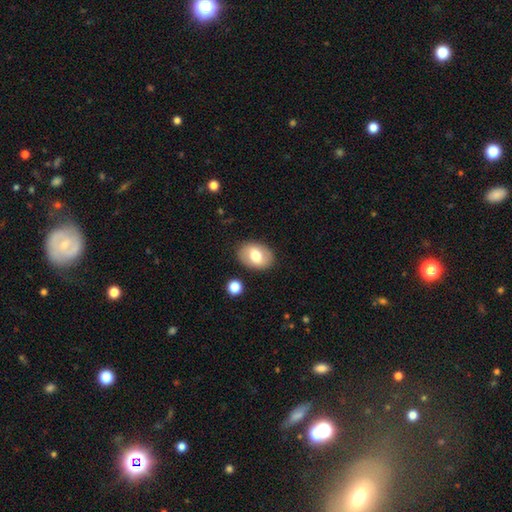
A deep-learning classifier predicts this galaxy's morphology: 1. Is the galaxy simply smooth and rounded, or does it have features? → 68% smooth, 26% featured or disk, 7% star or artifact.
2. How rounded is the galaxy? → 78% in between, 21% round, 1% cigar-shaped.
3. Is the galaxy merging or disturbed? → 86% none, 9% minor disturbance, 3% major disturbance, 2% merger.